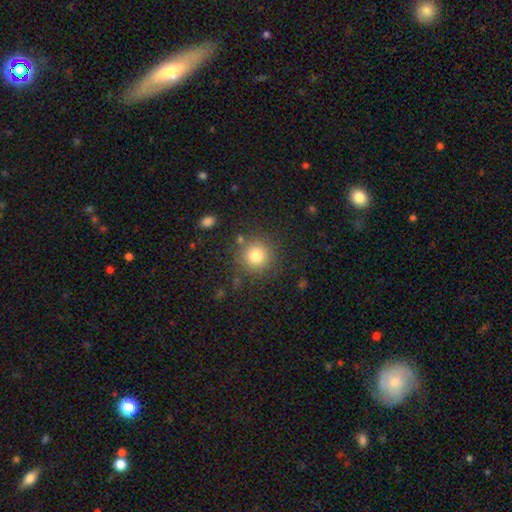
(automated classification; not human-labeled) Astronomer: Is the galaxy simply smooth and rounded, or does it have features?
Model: smooth — 78%.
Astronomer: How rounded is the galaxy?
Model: round — 94%.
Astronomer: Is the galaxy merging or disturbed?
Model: none — 84%.